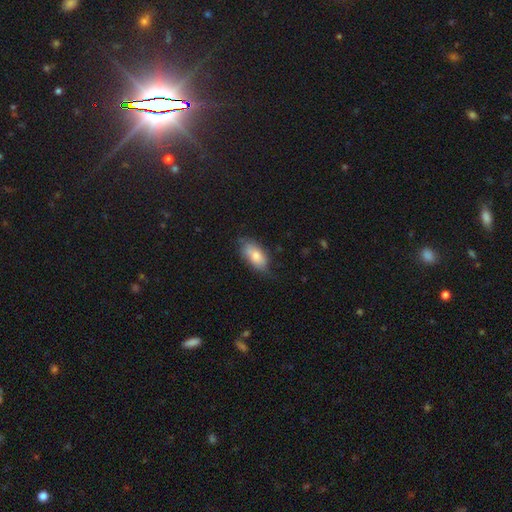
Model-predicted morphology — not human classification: smooth_or_featured: smooth (p=0.77) [alt: featured or disk p=0.16]
how_rounded: in between (p=0.90) [alt: cigar-shaped p=0.06]
merging: none (p=0.65) [alt: minor disturbance p=0.28]